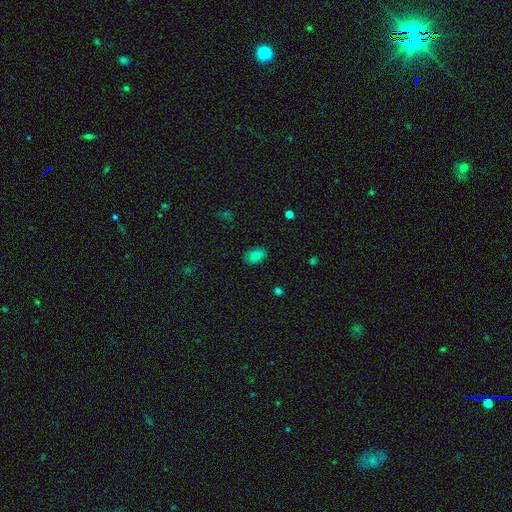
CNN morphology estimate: Overall: smooth (83%). How rounded: in between (90%). Merging: none (85%).